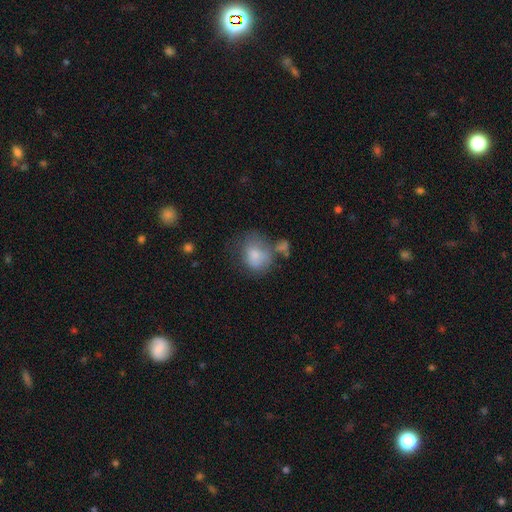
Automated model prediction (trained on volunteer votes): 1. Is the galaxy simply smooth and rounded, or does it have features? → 73% smooth, 19% featured or disk, 8% star or artifact.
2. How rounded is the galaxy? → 56% round, 44% in between, 1% cigar-shaped.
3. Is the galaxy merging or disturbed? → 34% none, 25% minor disturbance, 22% major disturbance, 19% merger.